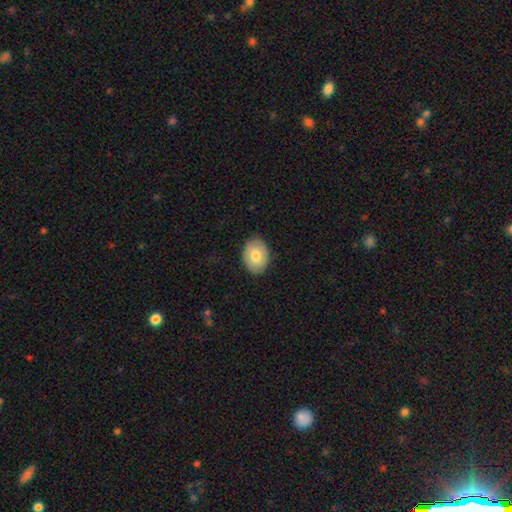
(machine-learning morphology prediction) A smooth galaxy with no disk features (71%) that is in between round and cigar-shaped (71%).

Vote fractions:
- Smooth or featured? smooth: 71% / featured or disk: 22% / star or artifact: 7%
- How rounded? in between: 71% / round: 28% / cigar-shaped: 1%
- Merging? none: 85% / minor disturbance: 12% / major disturbance: 3% / merger: 1%